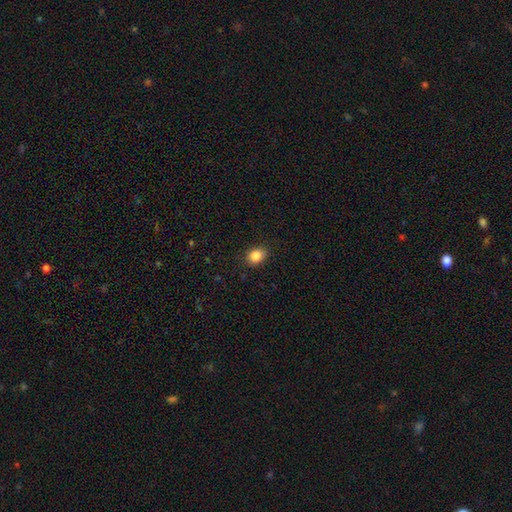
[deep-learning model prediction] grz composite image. It shows a smooth galaxy with no disk features (86%) that is in between round and cigar-shaped (61%). Merging: none (86%).